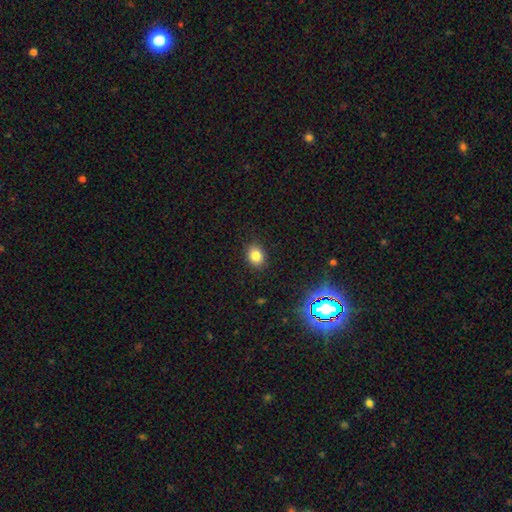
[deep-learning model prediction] A smooth galaxy with no disk features (81%) that is in between round and cigar-shaped (51%). Merging: none (87%).